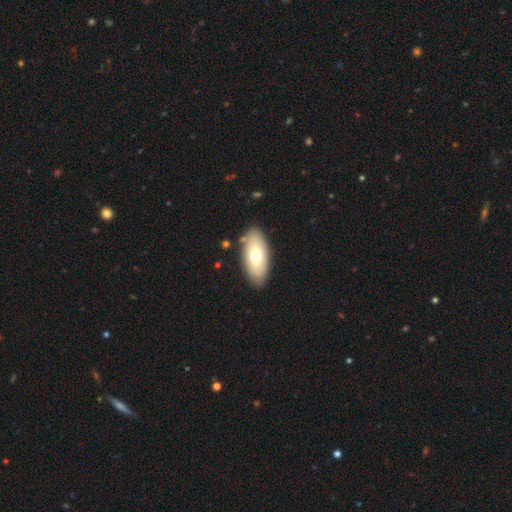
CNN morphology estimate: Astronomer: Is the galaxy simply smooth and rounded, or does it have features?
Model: smooth — 66%.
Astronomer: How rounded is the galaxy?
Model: in between — 90%.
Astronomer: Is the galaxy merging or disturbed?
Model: none — 81%.